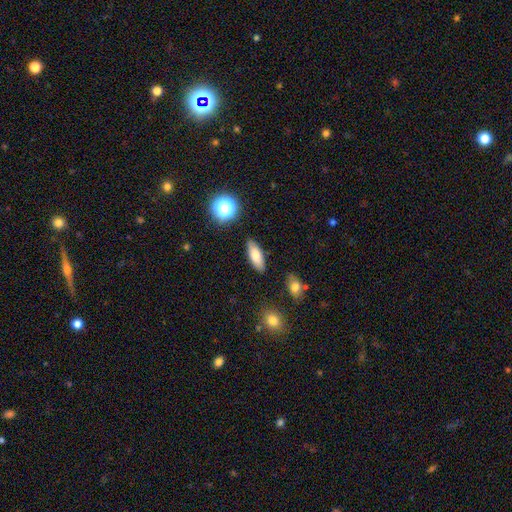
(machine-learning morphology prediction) Smooth or featured: smooth — 78% (featured or disk — 13%)
How rounded: in between — 69% (cigar-shaped — 27%)
Merging: none — 86% (minor disturbance — 9%)